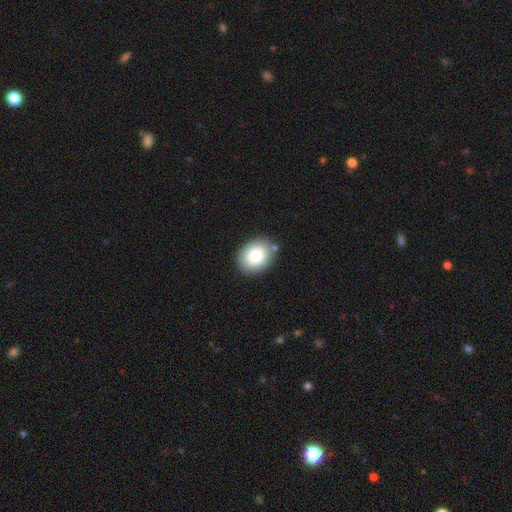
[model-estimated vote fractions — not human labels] Smooth or featured? smooth (85%)
How rounded? in between (66%)
Merging? none (83%)